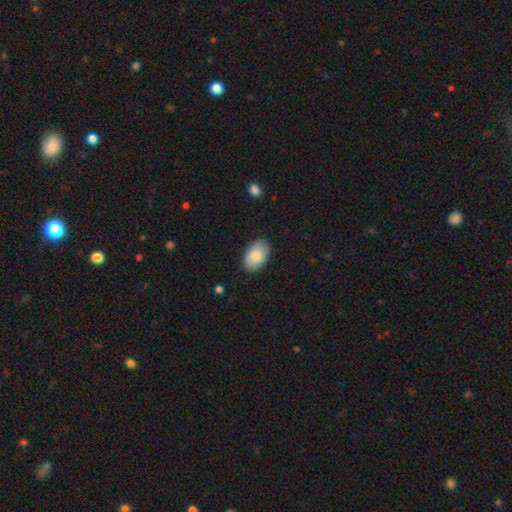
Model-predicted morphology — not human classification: smooth-or-featured: smooth: 84% | featured or disk: 10% | star or artifact: 6%
  how-rounded: in between: 92% | round: 7% | cigar-shaped: 1%
  merging: none: 85% | minor disturbance: 11% | major disturbance: 2% | merger: 1%